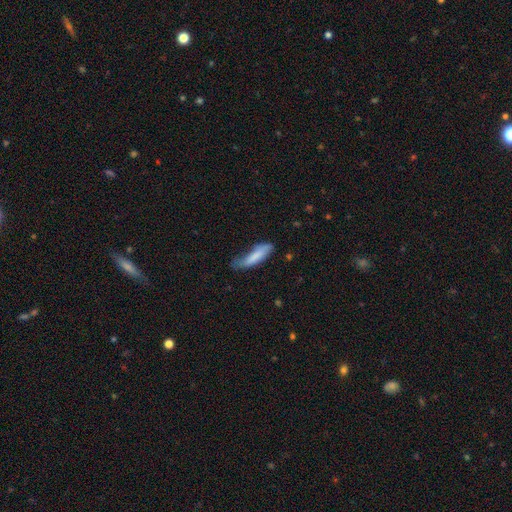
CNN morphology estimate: Overall: smooth (78%). How rounded: cigar-shaped (68%; in between 30%). Merging: none (41%; minor disturbance 39%).